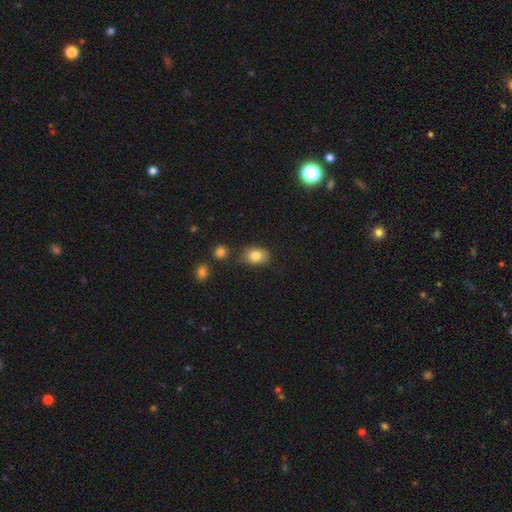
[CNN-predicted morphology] Smooth or featured? Predicted: smooth (p=0.83). How rounded? Predicted: in between (p=0.72). Merging? Predicted: none (p=0.74).